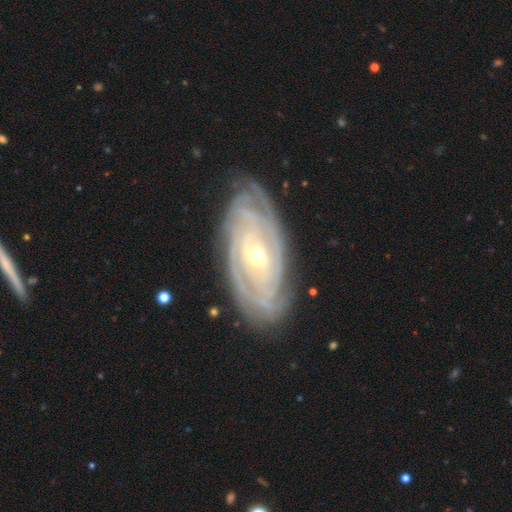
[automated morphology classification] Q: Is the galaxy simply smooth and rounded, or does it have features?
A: featured or disk — 89%.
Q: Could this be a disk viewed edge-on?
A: no — 93%.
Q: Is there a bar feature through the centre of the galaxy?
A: no — 58%.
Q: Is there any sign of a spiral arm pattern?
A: yes — 97%.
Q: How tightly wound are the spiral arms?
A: tight — 83%.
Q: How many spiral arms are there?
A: can't tell — 30%.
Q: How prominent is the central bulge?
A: moderate — 51%.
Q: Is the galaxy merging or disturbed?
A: none — 82%.